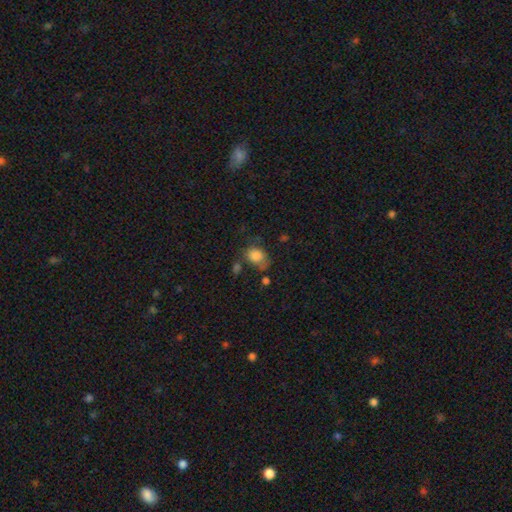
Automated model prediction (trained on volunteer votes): This appears to be a smooth galaxy with no disk features (83%) that is in between round and cigar-shaped (52%). Merging: none (48%).